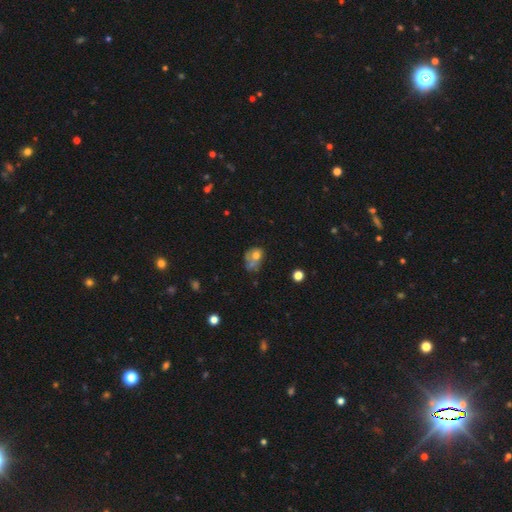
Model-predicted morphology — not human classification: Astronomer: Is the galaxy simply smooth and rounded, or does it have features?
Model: smooth — 60%.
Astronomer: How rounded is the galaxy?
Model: in between — 55% (runner-up: round, 43%).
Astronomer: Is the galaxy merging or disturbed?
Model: merger — 30% (runner-up: none, 27%).